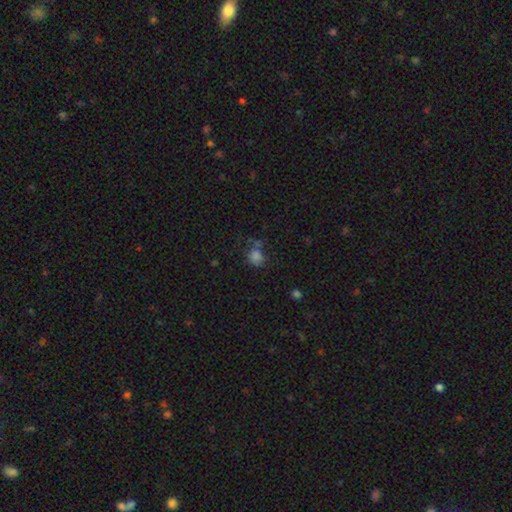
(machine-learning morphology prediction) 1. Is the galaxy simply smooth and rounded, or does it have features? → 76% smooth, 17% star or artifact, 6% featured or disk.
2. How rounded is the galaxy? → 75% round, 24% in between, 1% cigar-shaped.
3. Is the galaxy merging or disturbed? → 59% none, 18% minor disturbance, 13% merger, 10% major disturbance.